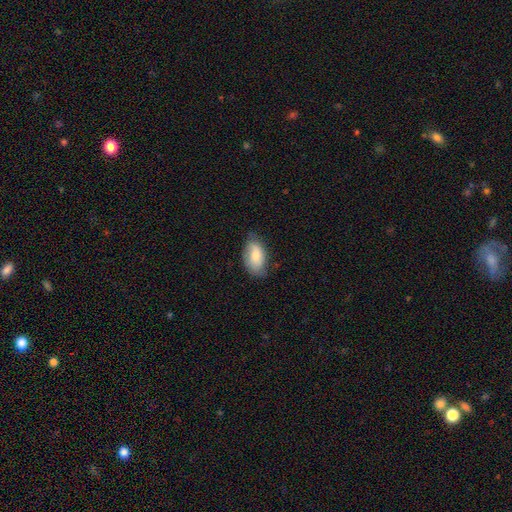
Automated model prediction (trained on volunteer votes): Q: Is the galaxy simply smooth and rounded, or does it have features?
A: smooth — 74%.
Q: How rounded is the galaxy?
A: in between — 93%.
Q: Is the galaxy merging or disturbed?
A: none — 64%.